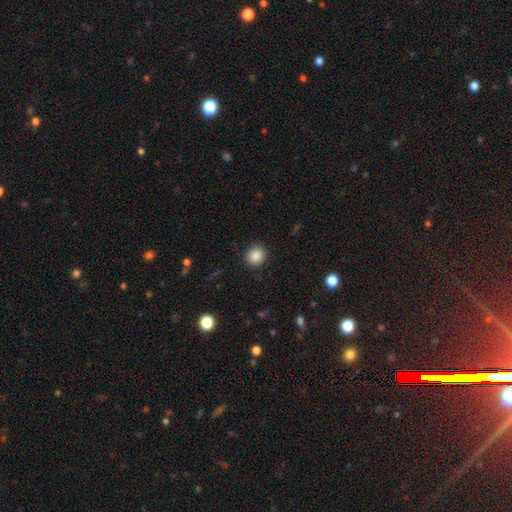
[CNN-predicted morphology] Overall: smooth (88%). How rounded: round (82%). Merging: none (90%).